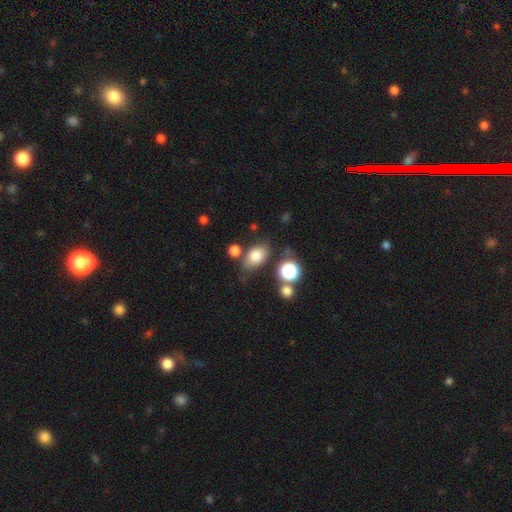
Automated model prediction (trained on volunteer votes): Q: Smooth or featured?
A: smooth (80%); runner-up: star or artifact (11%)
Q: How rounded?
A: in between (81%); runner-up: round (17%)
Q: Merging?
A: none (67%); runner-up: minor disturbance (17%)